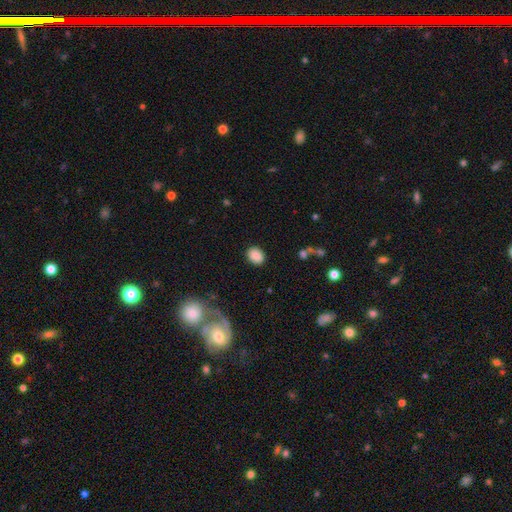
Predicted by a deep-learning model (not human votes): The model was most divided on "how rounded": in between: 51%, round: 48%, cigar-shaped: 1%. More confident: smooth or featured — smooth (86%); merging — none (85%).